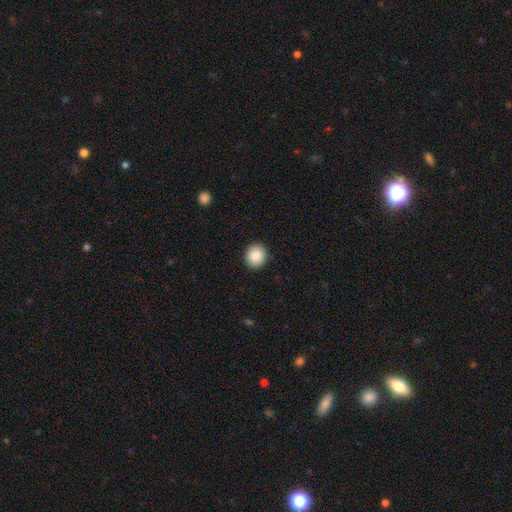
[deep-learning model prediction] Smooth or featured?
  - smooth: 85% *
  - star or artifact: 8%
  - featured or disk: 6%
How rounded?
  - round: 87% *
  - in between: 12%
  - cigar-shaped: 1%
Merging?
  - none: 92% *
  - minor disturbance: 5%
  - major disturbance: 2%
  - merger: 1%